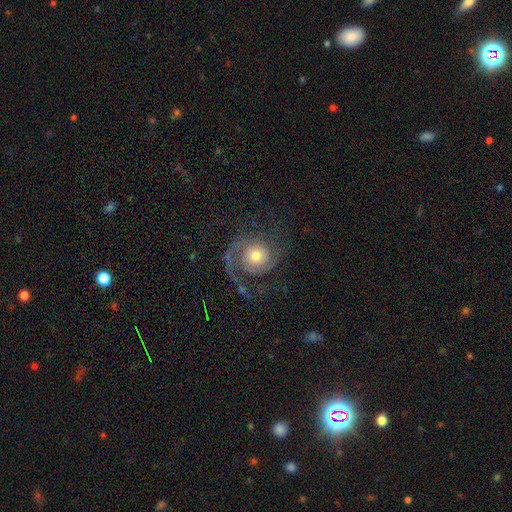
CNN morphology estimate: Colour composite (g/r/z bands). It shows a featured or disk galaxy (82%) with no bar (76%), 2 (66%) medium (43%) spiral arms (96%) and a moderate central bulge (59%). Merging: none (62%).